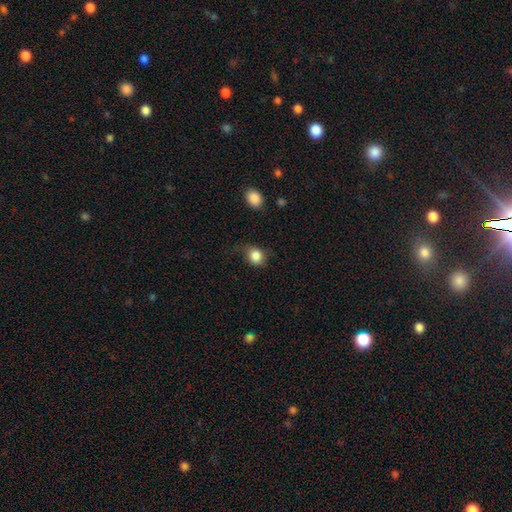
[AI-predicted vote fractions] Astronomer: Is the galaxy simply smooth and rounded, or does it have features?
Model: smooth — 85%.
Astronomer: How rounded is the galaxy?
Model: round — 70%.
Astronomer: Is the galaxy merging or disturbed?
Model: none — 58%.